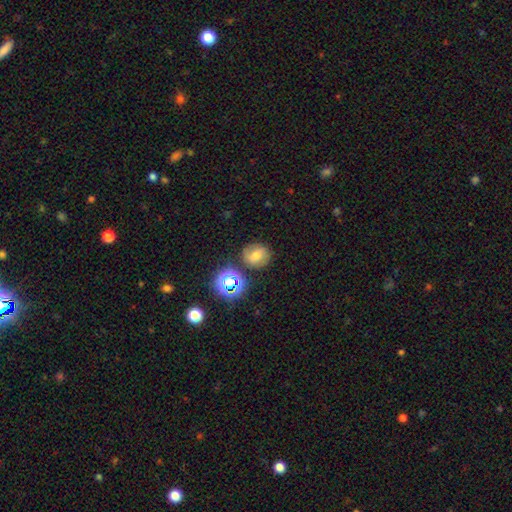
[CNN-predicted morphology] smooth-or-featured: smooth: 50% | featured or disk: 29% | star or artifact: 21%
  merging: none: 79% | minor disturbance: 12% | merger: 5% | major disturbance: 4%